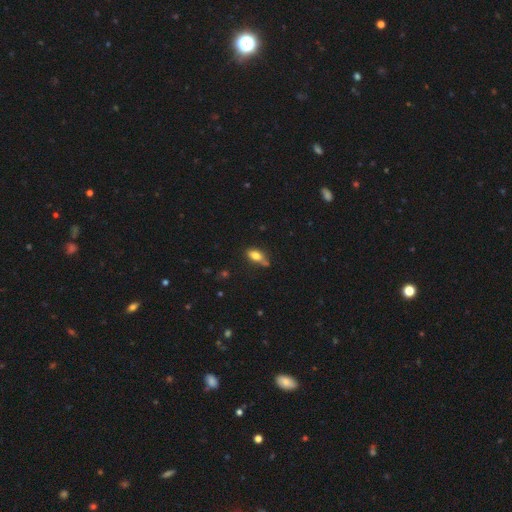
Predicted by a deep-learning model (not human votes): This is likely a smooth galaxy (77%). How rounded: clearly in between (83%). Merging: possibly none (47%).